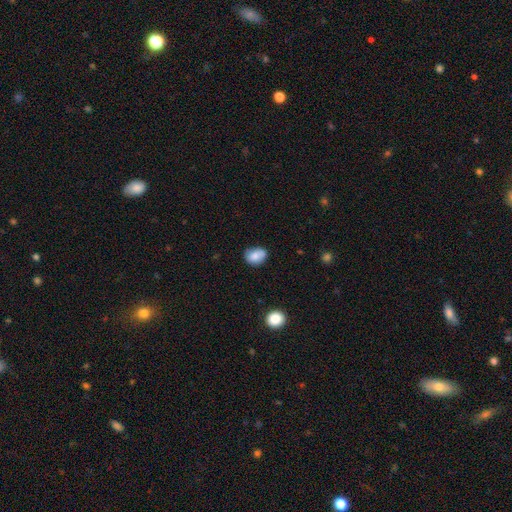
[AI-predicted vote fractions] Overall: smooth (80%). How rounded: in between (62%; round 37%). Merging: none (65%; minor disturbance 27%).